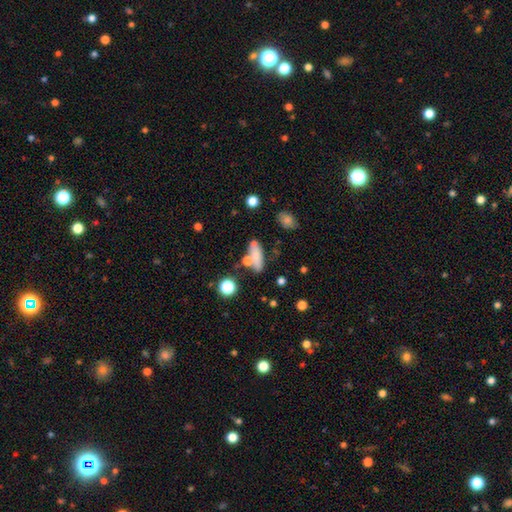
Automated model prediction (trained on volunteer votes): Q: Smooth or featured?
A: smooth (73%); runner-up: featured or disk (16%)
Q: How rounded?
A: in between (58%); runner-up: cigar-shaped (34%)
Q: Merging?
A: none (56%); runner-up: minor disturbance (18%)